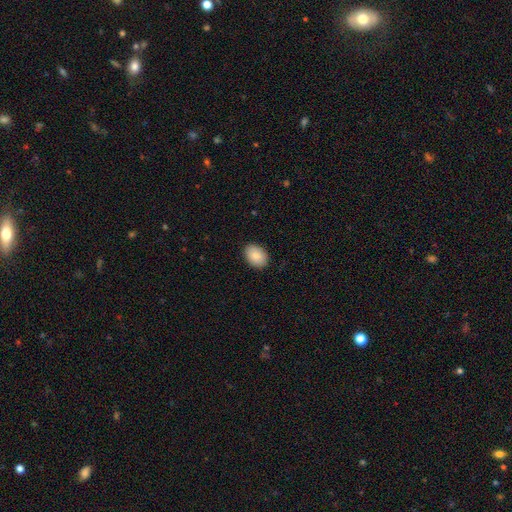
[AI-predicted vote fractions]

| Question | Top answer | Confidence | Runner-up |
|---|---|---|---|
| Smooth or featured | smooth | 86% | star or artifact (7%) |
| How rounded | in between | 81% | round (18%) |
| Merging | none | 89% | minor disturbance (8%) |